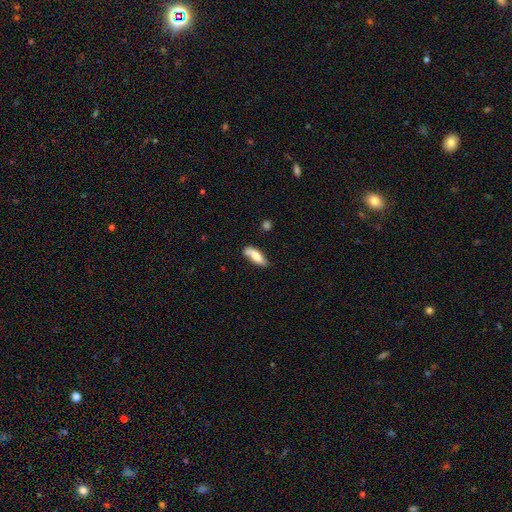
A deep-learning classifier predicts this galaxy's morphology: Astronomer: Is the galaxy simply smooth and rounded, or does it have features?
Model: smooth — 68%.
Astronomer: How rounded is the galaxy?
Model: in between — 65%.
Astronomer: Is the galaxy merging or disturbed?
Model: none — 56%.